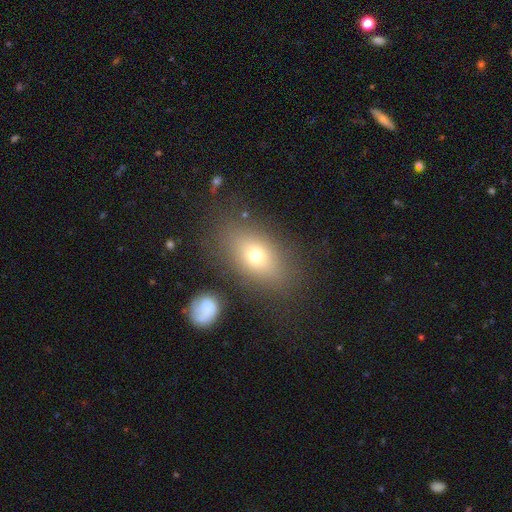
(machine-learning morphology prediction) The model was most divided on "smooth or featured": smooth: 71%, featured or disk: 17%, star or artifact: 11%. More confident: how rounded — in between (82%); merging — none (79%).